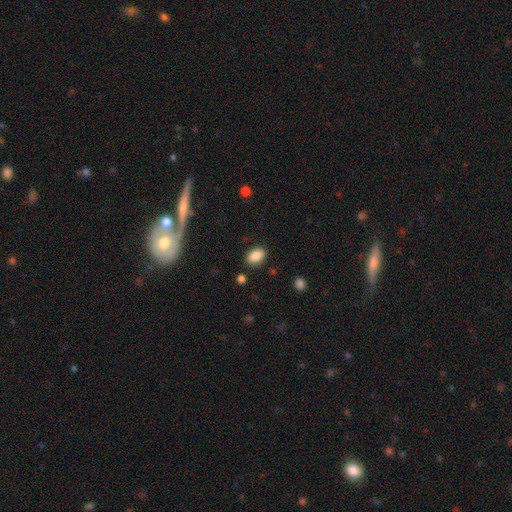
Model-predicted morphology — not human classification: The model was most divided on "how rounded": in between: 86%, round: 13%, cigar-shaped: 1%. More confident: smooth or featured — smooth (87%); merging — none (85%).